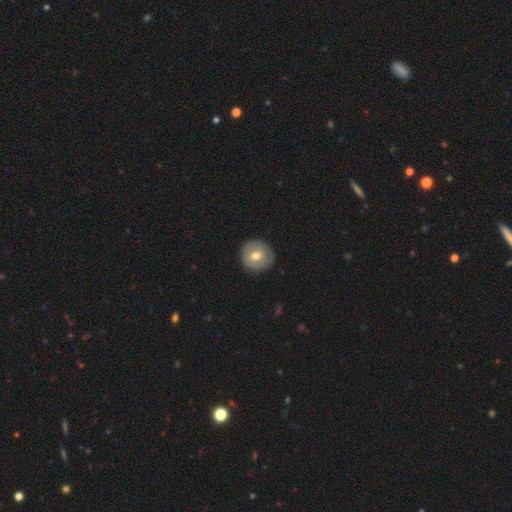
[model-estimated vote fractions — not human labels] Smooth or featured? Predicted: smooth (p=0.62). How rounded? Predicted: round (p=0.92). Merging? Predicted: none (p=0.87).